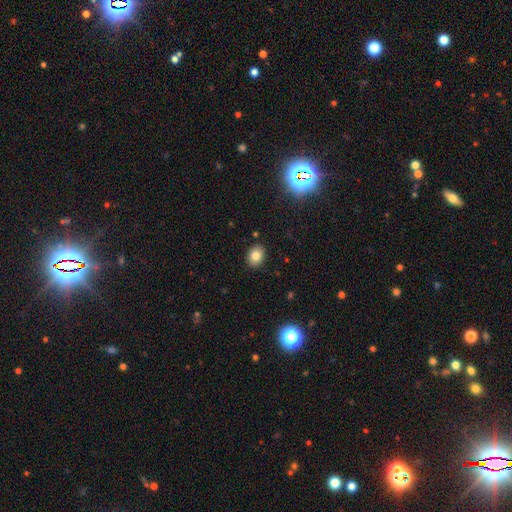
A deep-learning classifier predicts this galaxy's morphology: type=smooth (81%); roundness=in between (61%); merging=none (89%).